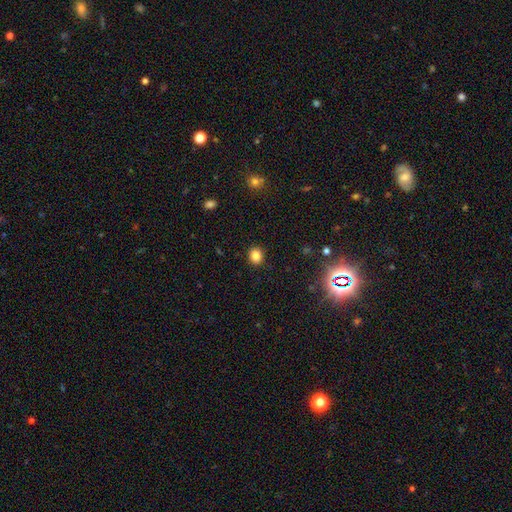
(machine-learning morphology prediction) Smooth or featured: smooth — 84% (star or artifact — 12%)
How rounded: round — 72% (in between — 27%)
Merging: none — 90% (minor disturbance — 7%)